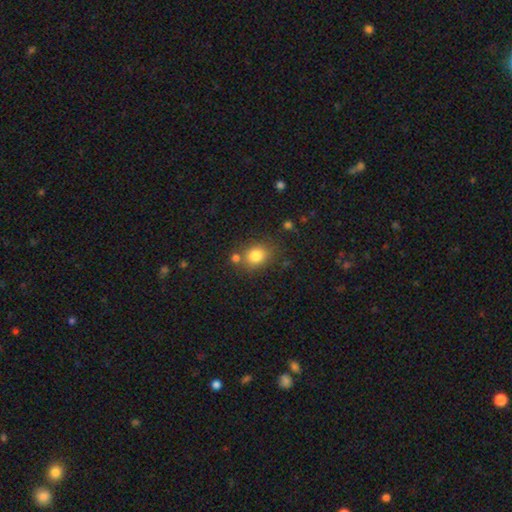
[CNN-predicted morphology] This is clearly a smooth galaxy (82%). How rounded: possibly round (56%). Merging: likely none (69%).